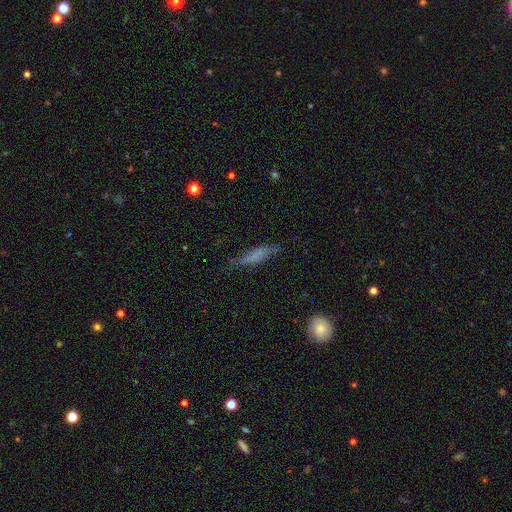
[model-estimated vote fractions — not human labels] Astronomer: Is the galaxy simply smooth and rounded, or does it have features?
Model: smooth — 57%.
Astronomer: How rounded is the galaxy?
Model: cigar-shaped — 74%.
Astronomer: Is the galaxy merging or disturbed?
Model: none — 63%.